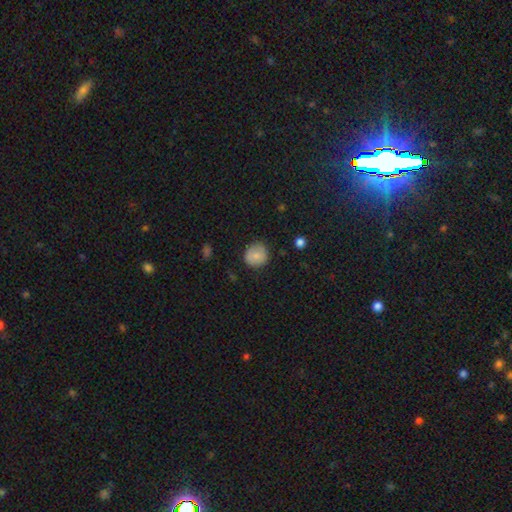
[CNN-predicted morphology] Smooth or featured?
  - smooth: 81% *
  - featured or disk: 11%
  - star or artifact: 9%
How rounded?
  - round: 87% *
  - in between: 12%
  - cigar-shaped: 1%
Merging?
  - none: 81% *
  - minor disturbance: 15%
  - major disturbance: 3%
  - merger: 1%